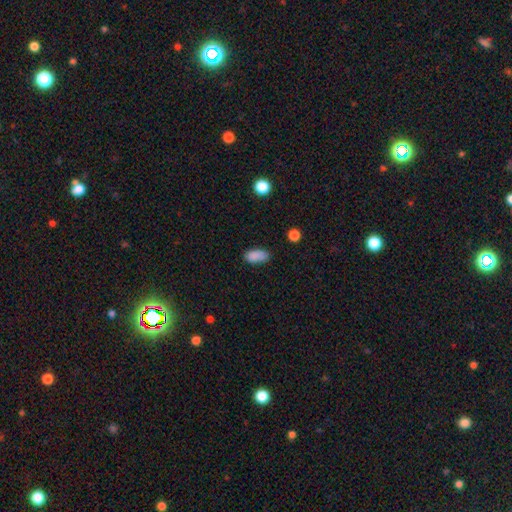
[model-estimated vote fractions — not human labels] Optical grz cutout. It shows a smooth galaxy with no disk features (87%) that is in between round and cigar-shaped (90%). Merging: none (74%).